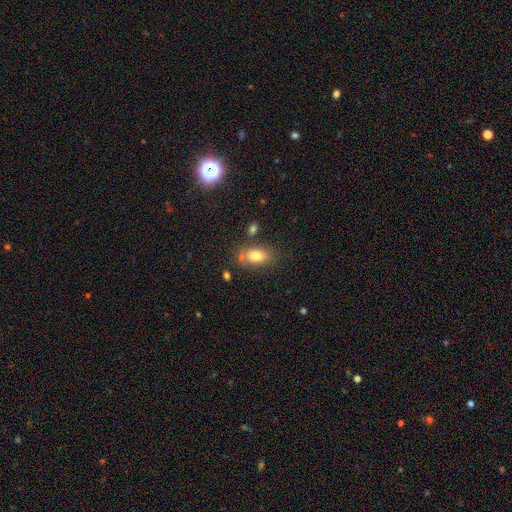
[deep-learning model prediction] A smooth galaxy with no disk features (78%) that is in between round and cigar-shaped (85%). Merging: none (67%).